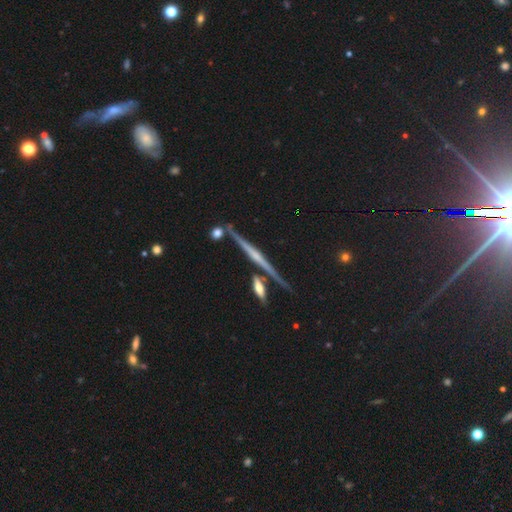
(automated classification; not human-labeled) A featured or disk galaxy (78%) viewed edge-on (98%) with a rounded central bulge (45%). Merging: none (84%).